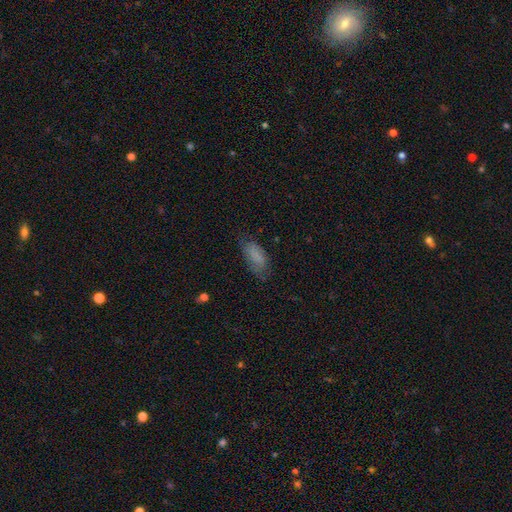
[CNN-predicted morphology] Smooth or featured? smooth (72%)
How rounded? in between (87%)
Merging? none (62%)